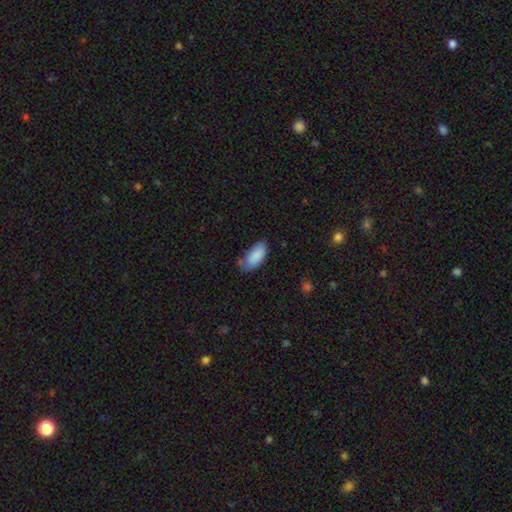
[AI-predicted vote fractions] Overall: smooth (87%). How rounded: in between (92%). Merging: none (56%; minor disturbance 33%).